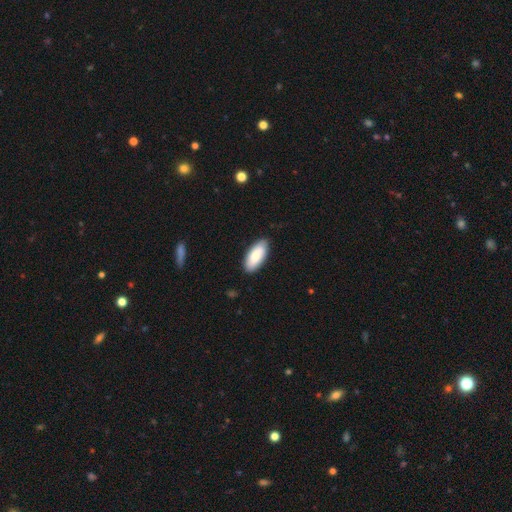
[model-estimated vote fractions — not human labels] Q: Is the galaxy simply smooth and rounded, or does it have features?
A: smooth — 81%.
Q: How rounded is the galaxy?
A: in between — 88%.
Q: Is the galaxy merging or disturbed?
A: none — 86%.